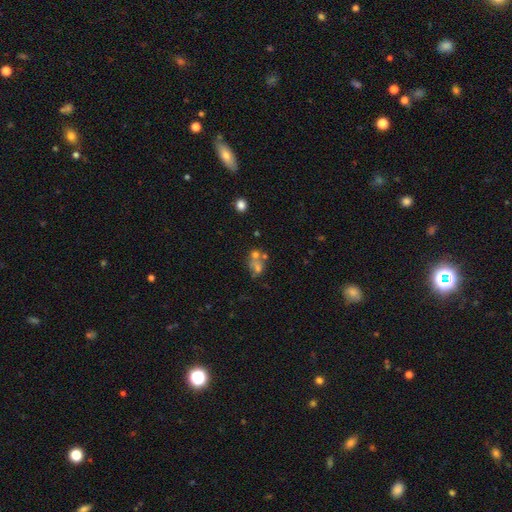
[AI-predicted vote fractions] Morphology: type=smooth (51%); roundness=round (59%); merging=merger (51%).